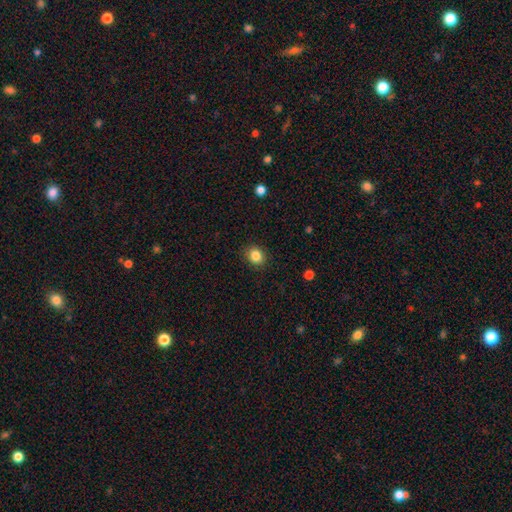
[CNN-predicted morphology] The model was most divided on "how rounded": round: 71%, in between: 28%, cigar-shaped: 1%. More confident: merging — none (88%); smooth or featured — smooth (85%).